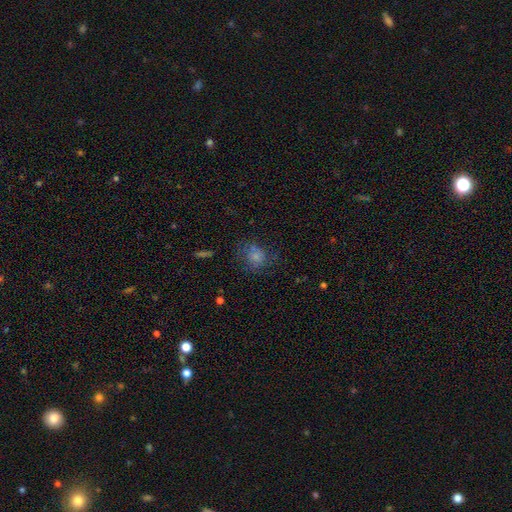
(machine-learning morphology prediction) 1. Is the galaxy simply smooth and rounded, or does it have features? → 69% smooth, 18% featured or disk, 13% star or artifact.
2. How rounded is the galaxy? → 70% round, 29% in between, 1% cigar-shaped.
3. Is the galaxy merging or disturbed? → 55% none, 22% minor disturbance, 19% major disturbance, 3% merger.